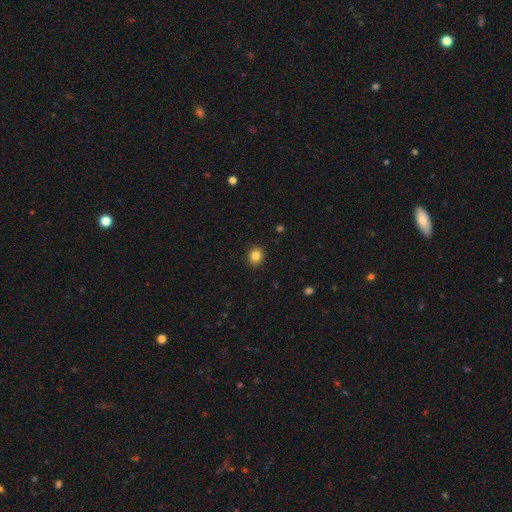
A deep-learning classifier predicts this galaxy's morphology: type=smooth (84%); roundness=round (74%); merging=none (91%).